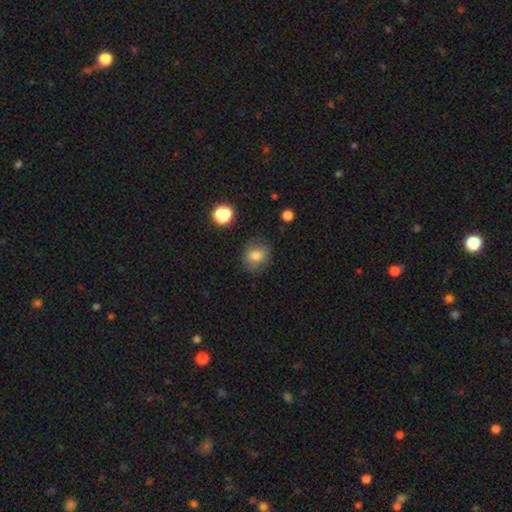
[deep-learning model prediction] Smooth or featured? smooth (76%)
How rounded? round (68%)
Merging? none (77%)